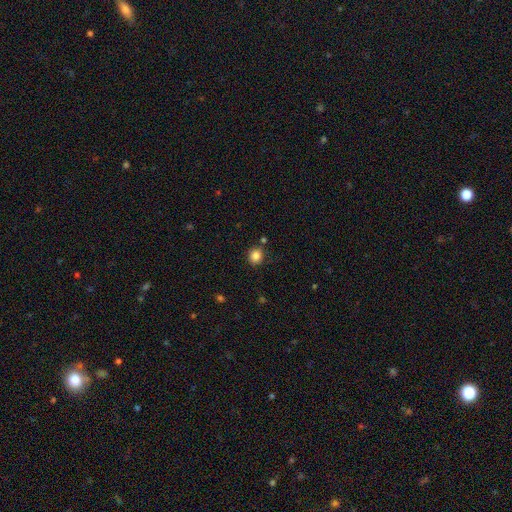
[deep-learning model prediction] smooth 84%, star or artifact 11%, featured or disk 5%. Down the decision tree: how rounded — round (81%); merging — none (83%).